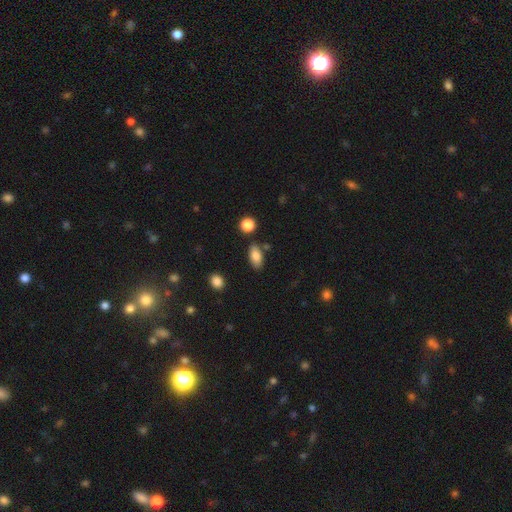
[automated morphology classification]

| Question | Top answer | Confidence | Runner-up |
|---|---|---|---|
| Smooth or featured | smooth | 84% | featured or disk (8%) |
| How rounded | in between | 89% | cigar-shaped (7%) |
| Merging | none | 78% | minor disturbance (13%) |